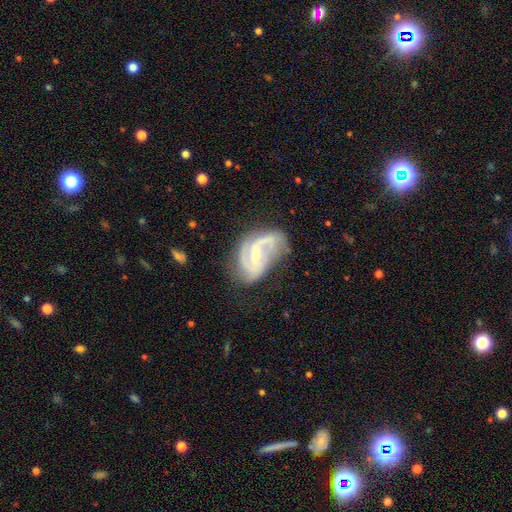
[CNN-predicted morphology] Overall: featured or disk (85%). Edge-on disk: no (97%). Bar: weak (45%; no 39%). Spiral arms: yes (95%). Spiral arm count: 2 (63%). Spiral winding: medium (48%; loose 27%). Bulge size: small (61%; moderate 35%). Merging: none (49%; minor disturbance 28%).